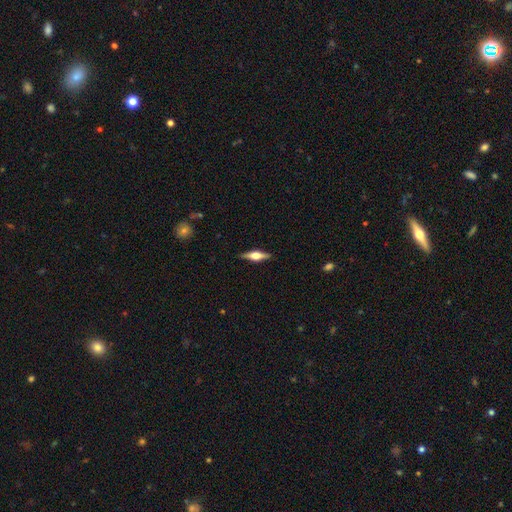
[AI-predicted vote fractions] Smooth or featured?
  - featured or disk: 67% *
  - smooth: 28%
  - star or artifact: 6%
Edge-on disk?
  - yes: 97% *
  - no: 3%
Edge-on bulge?
  - rounded: 91% *
  - boxy: 8%
  - none: 2%
Merging?
  - none: 89% *
  - minor disturbance: 8%
  - major disturbance: 2%
  - merger: 1%